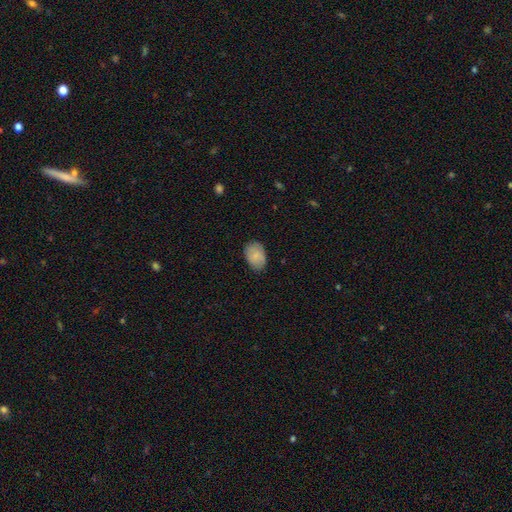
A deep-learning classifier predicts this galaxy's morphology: smooth-or-featured: smooth: 83% | featured or disk: 10% | star or artifact: 7%
  how-rounded: in between: 86% | round: 13% | cigar-shaped: 1%
  merging: none: 81% | minor disturbance: 15% | major disturbance: 3% | merger: 1%